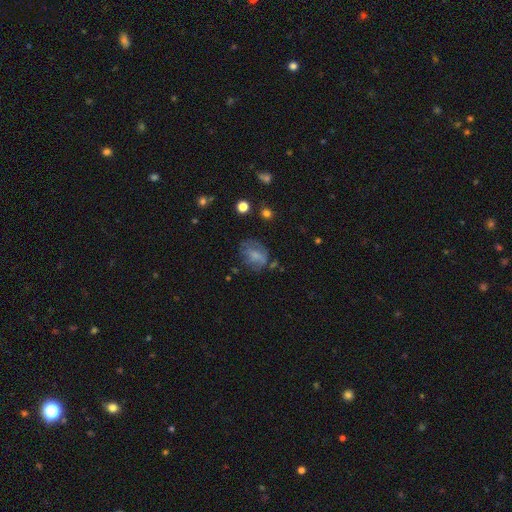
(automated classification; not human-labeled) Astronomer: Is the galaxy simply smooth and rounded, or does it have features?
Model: smooth — 54% (runner-up: featured or disk, 34%).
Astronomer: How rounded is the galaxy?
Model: in between — 65%.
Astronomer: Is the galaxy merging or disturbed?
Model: none — 50% (runner-up: minor disturbance, 26%).